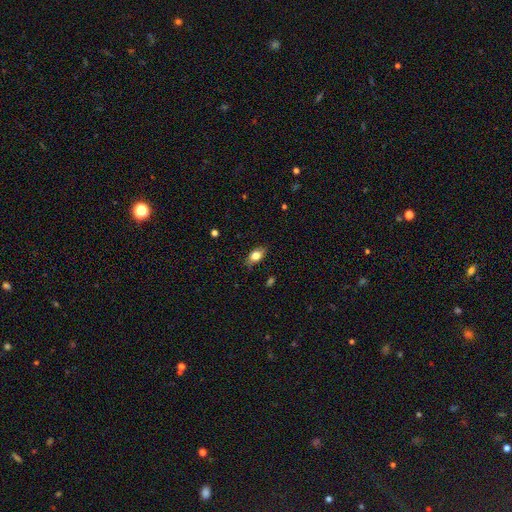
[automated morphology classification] The model was most divided on "merging": none: 81%, minor disturbance: 15%, major disturbance: 3%, merger: 1%. More confident: how rounded — in between (85%); smooth or featured — smooth (79%).